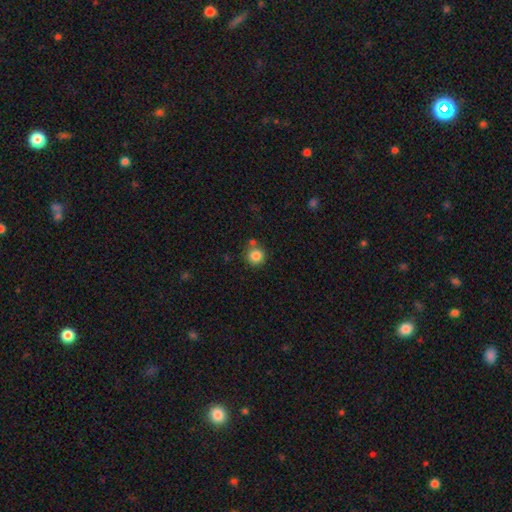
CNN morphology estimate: smooth-or-featured: smooth: 85% | star or artifact: 10% | featured or disk: 5%
  how-rounded: round: 93% | in between: 6% | cigar-shaped: 1%
  merging: none: 76% | merger: 11% | minor disturbance: 10% | major disturbance: 3%